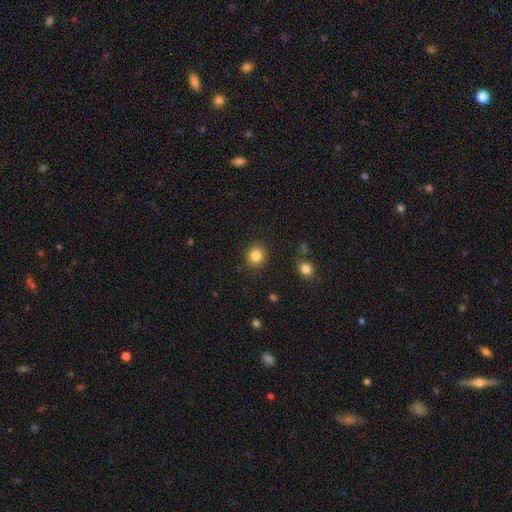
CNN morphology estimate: Smooth or featured: smooth — 84% (star or artifact — 10%)
How rounded: round — 88% (in between — 11%)
Merging: none — 90% (minor disturbance — 6%)